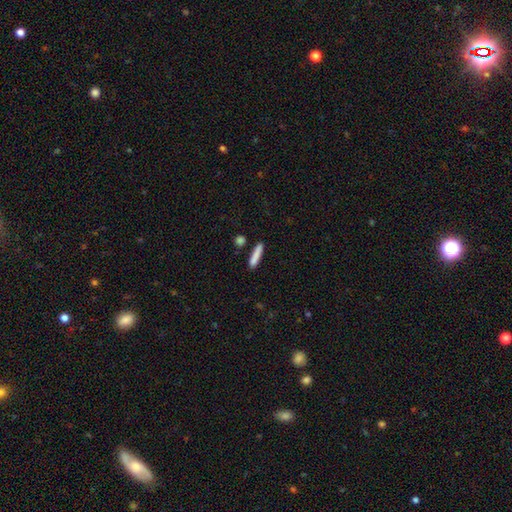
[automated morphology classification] This is clearly a smooth galaxy (84%). How rounded: clearly cigar-shaped (89%). Merging: clearly none (82%).